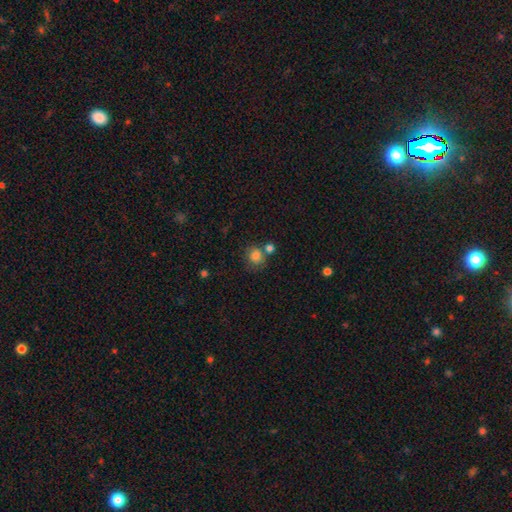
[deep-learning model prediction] A smooth galaxy with no disk features (80%) that is round (79%). Merging: none (56%).